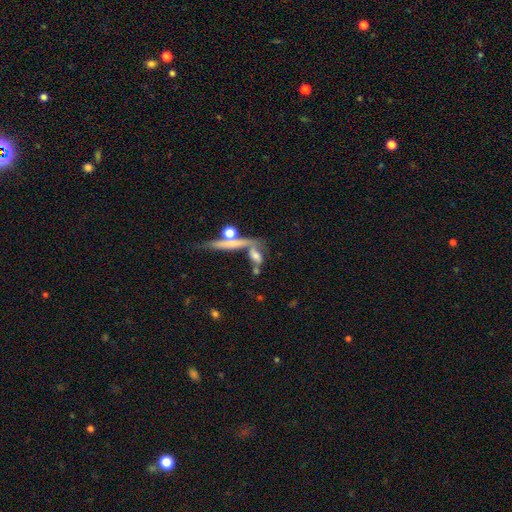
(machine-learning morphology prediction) smooth_or_featured: smooth (p=0.53) [alt: featured or disk p=0.35]
how_rounded: cigar-shaped (p=0.45) [alt: in between p=0.43]
merging: none (p=0.40) [alt: merger p=0.33]